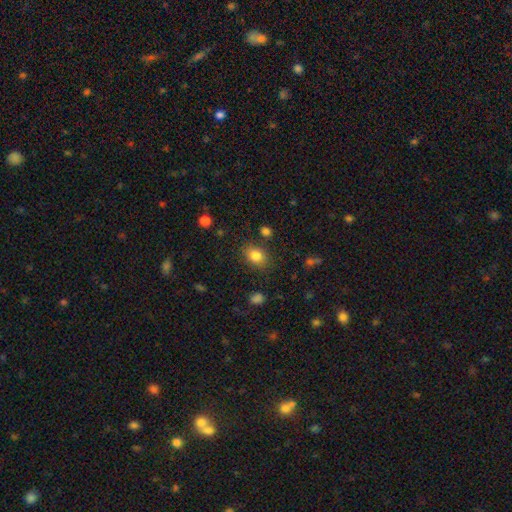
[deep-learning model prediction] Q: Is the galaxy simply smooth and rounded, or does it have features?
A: smooth — 83%.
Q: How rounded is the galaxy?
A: in between — 62%.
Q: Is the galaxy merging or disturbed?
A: none — 81%.